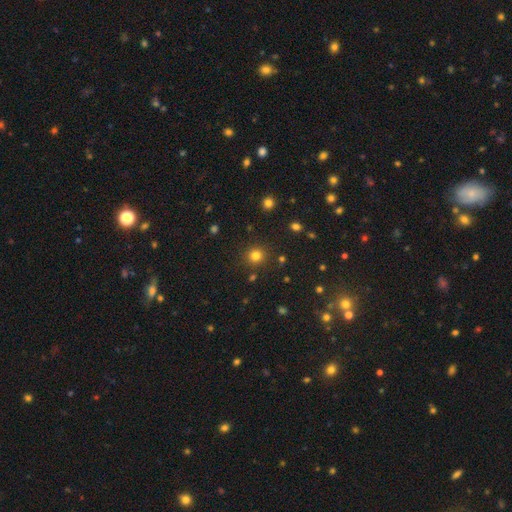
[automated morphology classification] Smooth or featured? smooth (80%)
How rounded? round (93%)
Merging? none (89%)